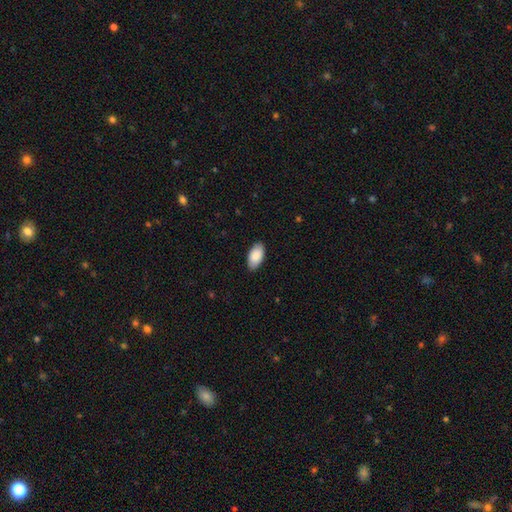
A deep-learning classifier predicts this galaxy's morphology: A smooth galaxy with no disk features (89%) that is in between round and cigar-shaped (96%). Merging: none (87%).